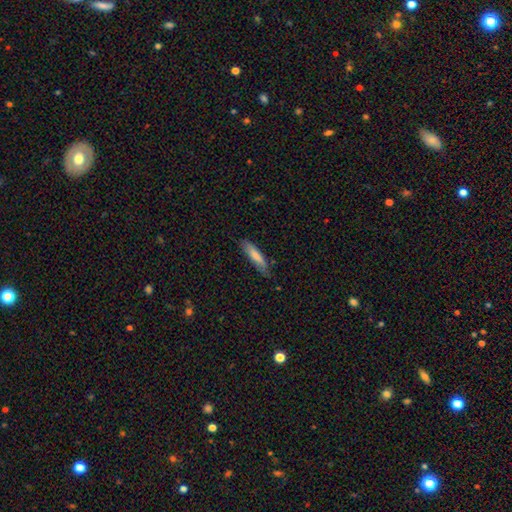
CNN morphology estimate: This appears to be a smooth galaxy with no disk features (77%) that is cigar-shaped (81%). Merging: none (77%).